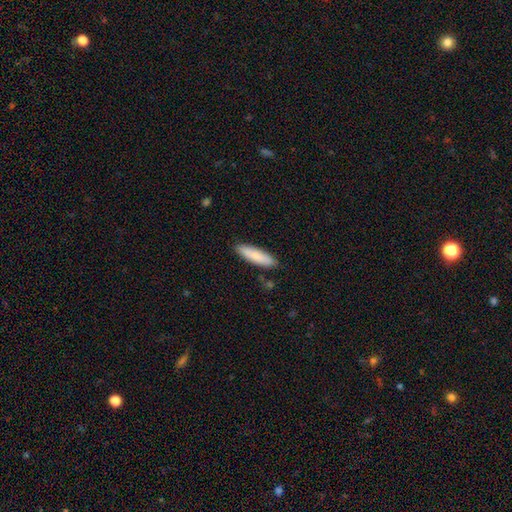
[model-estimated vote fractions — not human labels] Smooth or featured: smooth — 81% (featured or disk — 13%)
How rounded: cigar-shaped — 66% (in between — 33%)
Merging: none — 87% (minor disturbance — 10%)